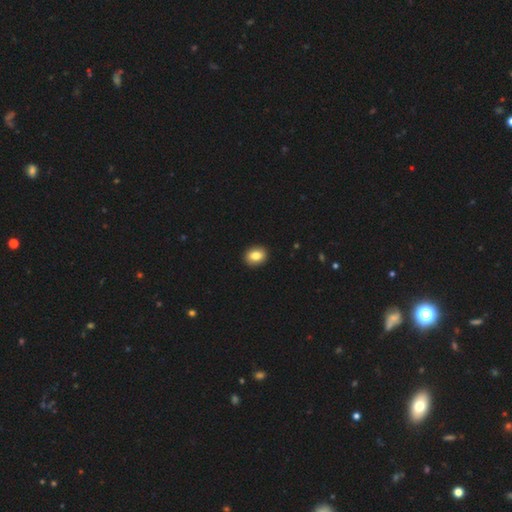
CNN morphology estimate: This is clearly a smooth galaxy (83%). How rounded: possibly in between (54%). Merging: clearly none (92%).